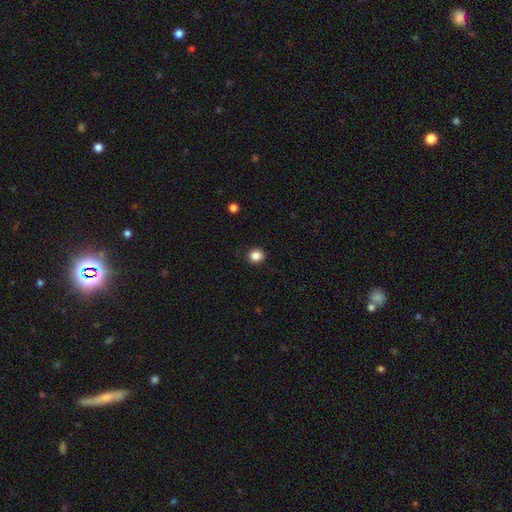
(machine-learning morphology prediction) smooth-or-featured: smooth: 86% | star or artifact: 11% | featured or disk: 3%
  how-rounded: round: 89% | in between: 10% | cigar-shaped: 1%
  merging: none: 91% | minor disturbance: 6% | major disturbance: 2% | merger: 1%